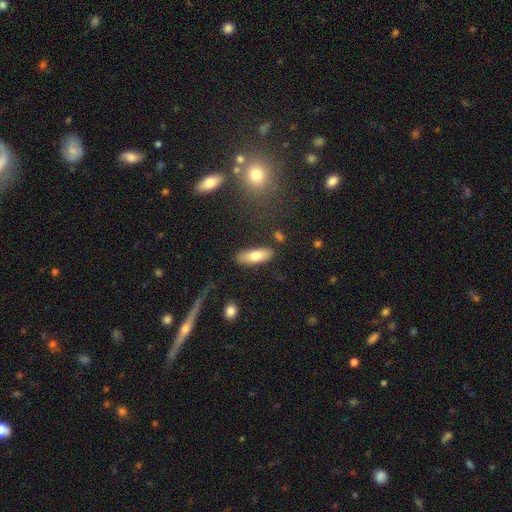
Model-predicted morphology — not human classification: type=smooth (77%); roundness=in between (66%); merging=none (83%).